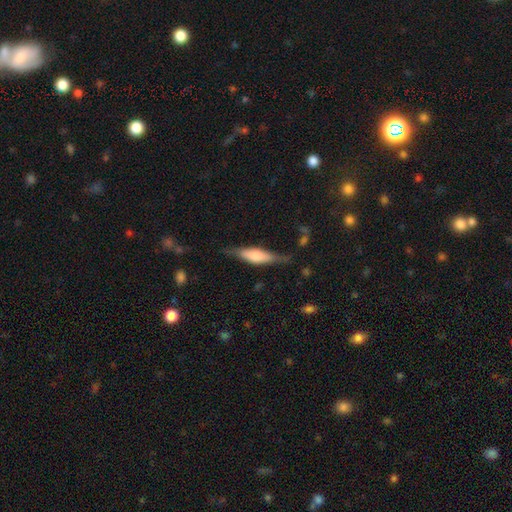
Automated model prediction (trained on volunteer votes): Smooth or featured? smooth (49%)
Merging? none (70%)